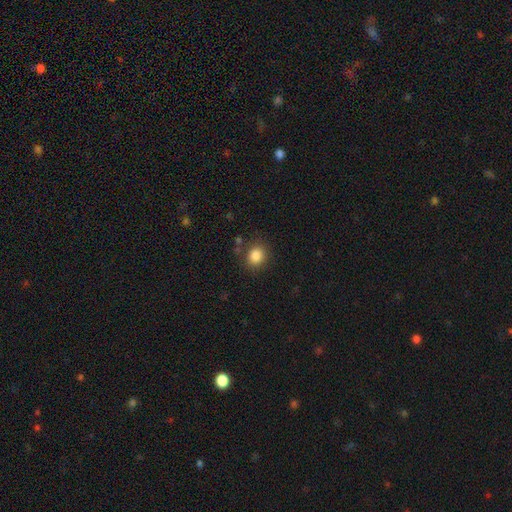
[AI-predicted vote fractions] Smooth or featured?
  - smooth: 85% *
  - star or artifact: 11%
  - featured or disk: 5%
How rounded?
  - round: 74% *
  - in between: 25%
  - cigar-shaped: 1%
Merging?
  - none: 84% *
  - minor disturbance: 9%
  - major disturbance: 3%
  - merger: 3%